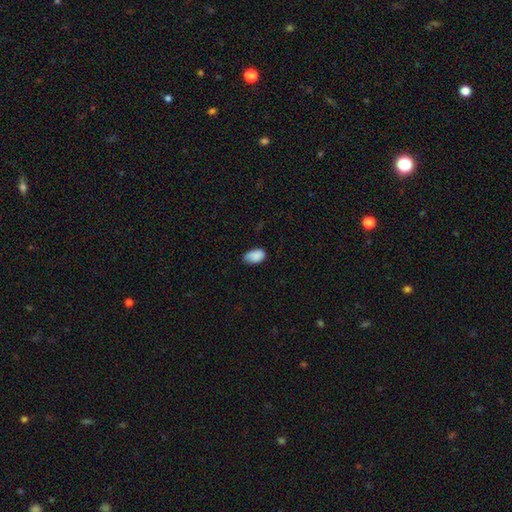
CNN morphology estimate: This is clearly a smooth galaxy (88%). How rounded: clearly in between (92%). Merging: likely none (64%).